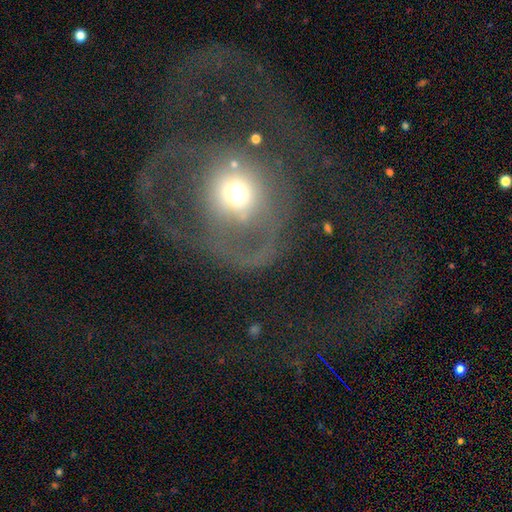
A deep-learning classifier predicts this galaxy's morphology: Smooth or featured? Predicted: featured or disk (p=0.65). Edge-on disk? Predicted: no (p=0.96). Bar? Predicted: no (p=0.77). Spiral arms? Predicted: yes (p=0.51). Bulge size? Predicted: moderate (p=0.63). Merging? Predicted: major disturbance (p=0.62).